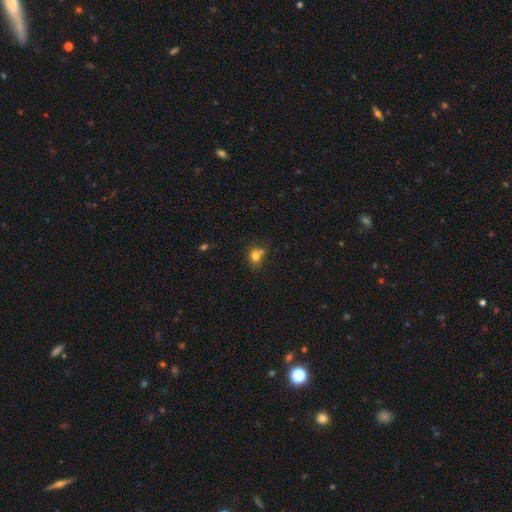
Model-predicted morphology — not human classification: A smooth galaxy with no disk features (77%) that is round (65%).

Vote fractions:
- Smooth or featured? smooth: 77% / star or artifact: 13% / featured or disk: 10%
- How rounded? round: 65% / in between: 34% / cigar-shaped: 1%
- Merging? none: 51% / merger: 24% / minor disturbance: 18% / major disturbance: 6%